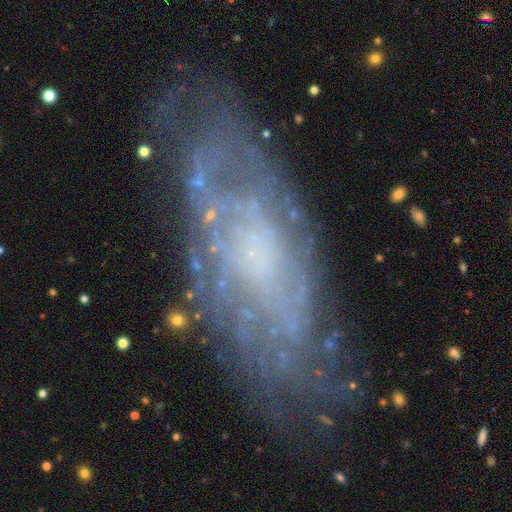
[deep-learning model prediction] This is likely a featured or disk galaxy (72%). It is clearly not viewed edge-on (86%). Bar: likely no (76%). Spiral arm pattern: likely yes (74%). Central bulge: marginally none (36%). Merging: likely none (74%).